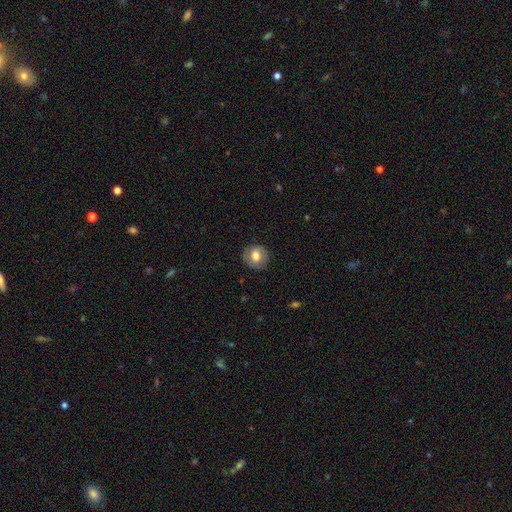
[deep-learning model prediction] A smooth galaxy with no disk features (70%) that is round (79%). Merging: none (83%).